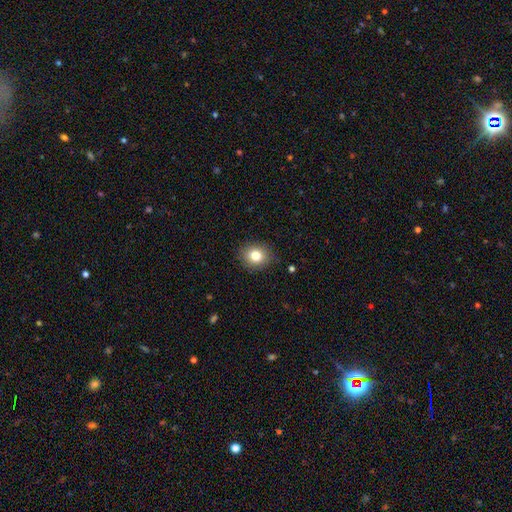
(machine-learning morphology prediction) Smooth or featured? Predicted: smooth (p=0.81). How rounded? Predicted: round (p=0.70). Merging? Predicted: none (p=0.87).